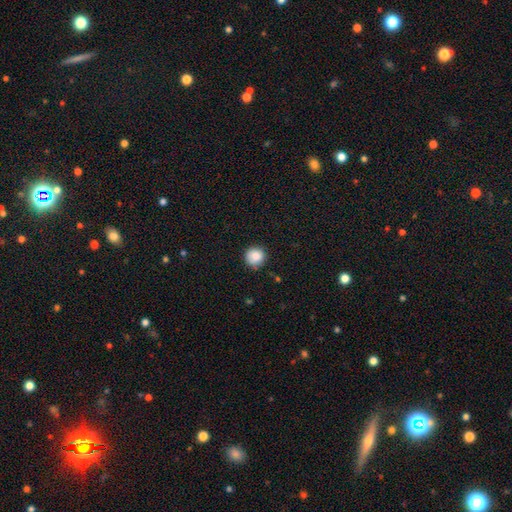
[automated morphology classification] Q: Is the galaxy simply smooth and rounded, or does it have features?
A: smooth — 87%.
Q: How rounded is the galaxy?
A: round — 94%.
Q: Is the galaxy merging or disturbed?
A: none — 87%.